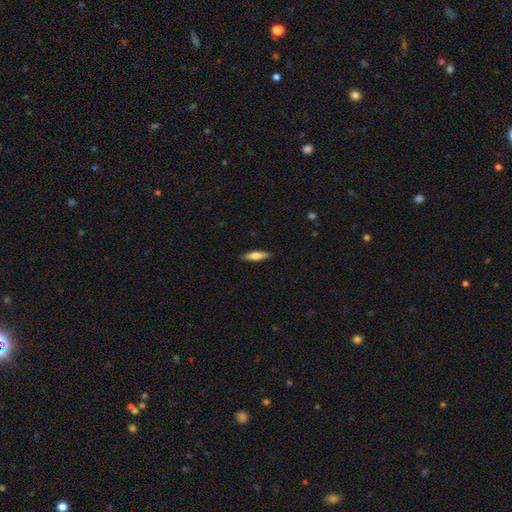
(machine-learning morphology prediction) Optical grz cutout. It shows a smooth galaxy with no disk features (58%) that is cigar-shaped (71%). Merging: none (89%).